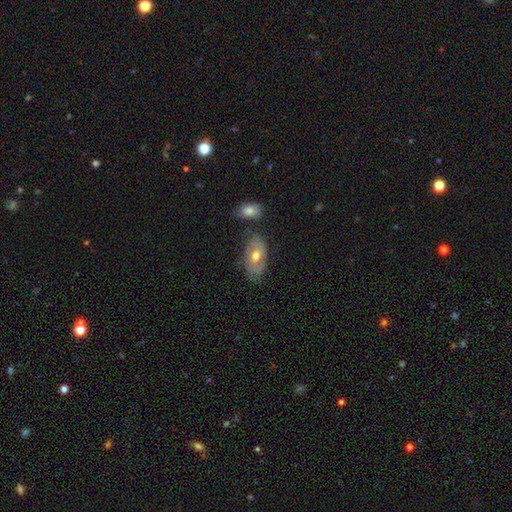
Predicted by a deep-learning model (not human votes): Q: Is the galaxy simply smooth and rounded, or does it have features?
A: featured or disk — 65%.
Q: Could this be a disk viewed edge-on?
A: no — 92%.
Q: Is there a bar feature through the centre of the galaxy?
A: no — 71%.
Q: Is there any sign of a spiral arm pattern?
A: yes — 77%.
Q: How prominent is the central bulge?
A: moderate — 77%.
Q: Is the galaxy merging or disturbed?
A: none — 65%.